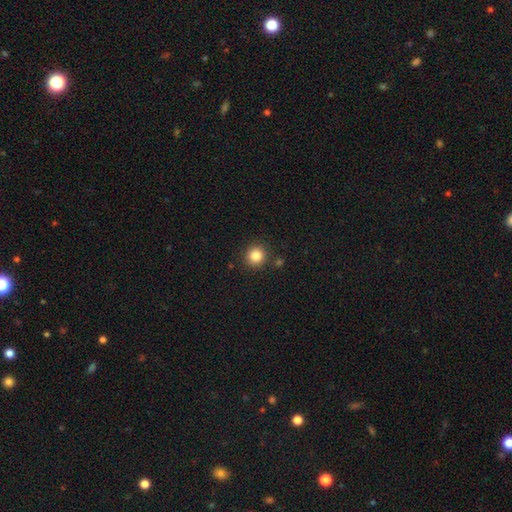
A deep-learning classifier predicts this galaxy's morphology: A smooth galaxy with no disk features (84%) that is round (92%).

Vote fractions:
- Smooth or featured? smooth: 84% / star or artifact: 11% / featured or disk: 5%
- How rounded? round: 92% / in between: 7% / cigar-shaped: 1%
- Merging? none: 87% / minor disturbance: 7% / merger: 4% / major disturbance: 2%